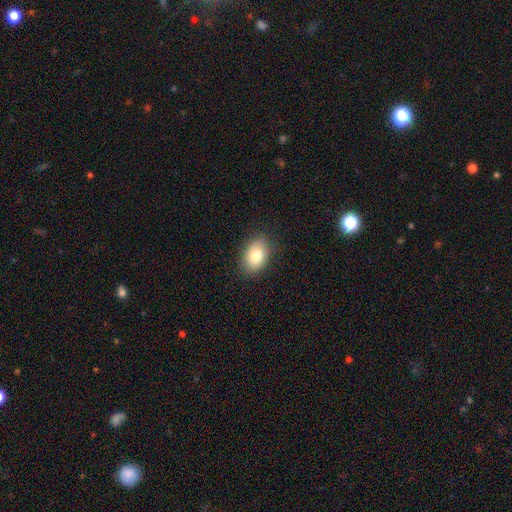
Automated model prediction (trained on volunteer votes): smooth 80%, featured or disk 11%, star or artifact 8%. Down the decision tree: how rounded — in between (81%); merging — none (86%).